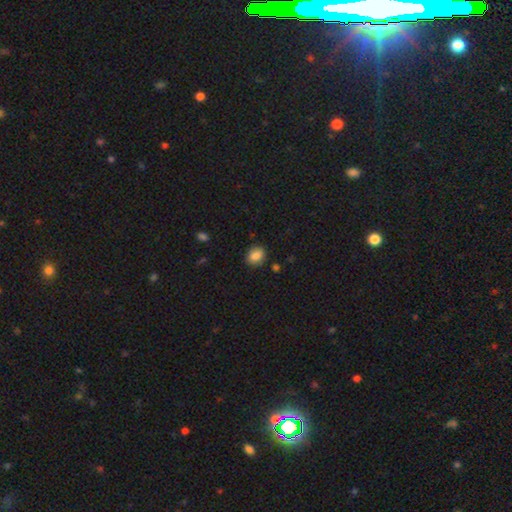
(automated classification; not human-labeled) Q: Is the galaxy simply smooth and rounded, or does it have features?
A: smooth — 87%.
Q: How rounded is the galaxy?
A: in between — 53%.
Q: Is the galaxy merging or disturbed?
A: none — 86%.